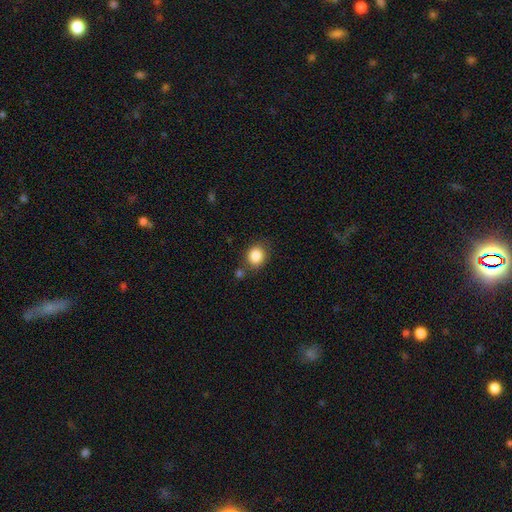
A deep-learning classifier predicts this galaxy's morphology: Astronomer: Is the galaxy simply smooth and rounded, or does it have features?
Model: smooth — 86%.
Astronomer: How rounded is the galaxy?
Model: round — 73%.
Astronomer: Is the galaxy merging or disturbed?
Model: none — 76%.